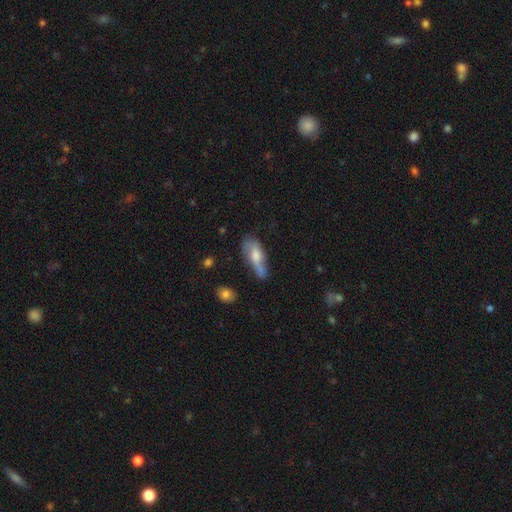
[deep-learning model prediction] Smooth or featured? smooth (52%)
How rounded? in between (68%)
Merging? none (38%)